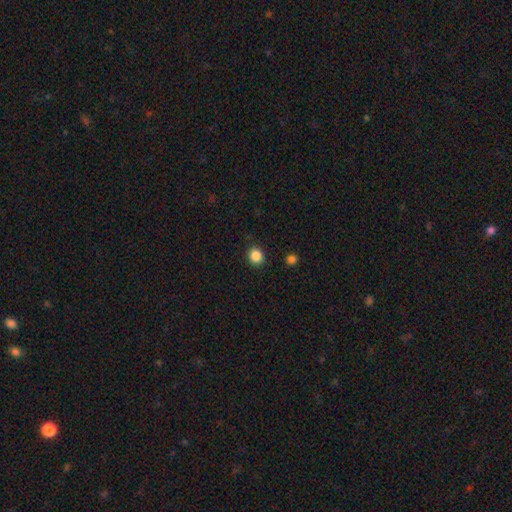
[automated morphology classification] type=smooth (86%); roundness=round (79%); merging=none (89%).